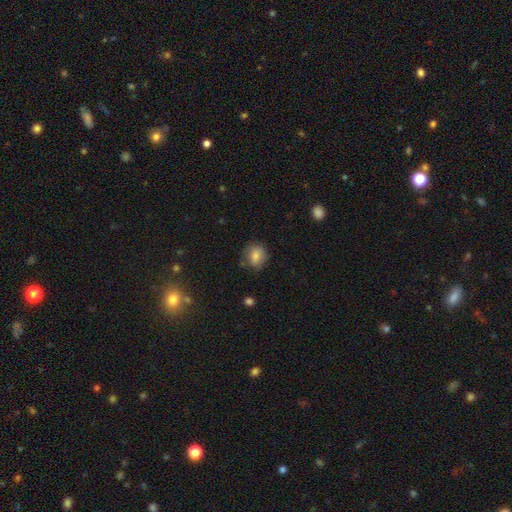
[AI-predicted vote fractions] This appears to be a smooth galaxy with no disk features (77%) that is round (67%). Merging: none (71%).